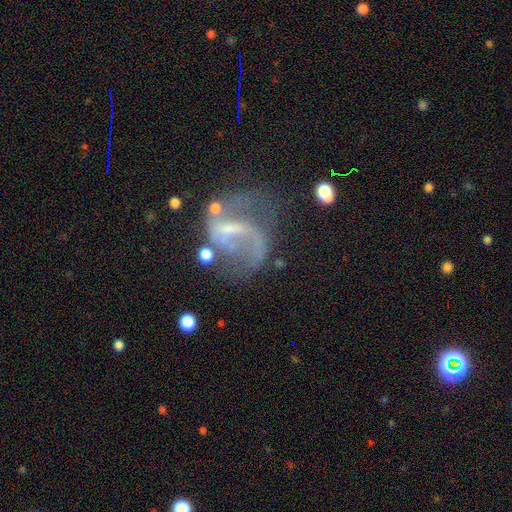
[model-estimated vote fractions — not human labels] smooth-or-featured: featured or disk: 73% | smooth: 15% | star or artifact: 12%
  disk-edge-on: no: 97% | yes: 3%
    bar: weak: 43% | no: 35% | strong: 22%
    has-spiral-arms: yes: 71% | no: 29%
      spiral-winding: loose: 63% | medium: 28% | tight: 9%
      spiral-arm-count: 1: 43% (tied) | 2: 43% (tied) | can't tell: 10% | 3: 2% | 4: 1% | more than 4: 1%
    bulge-size: none: 42% | small: 40% | moderate: 14% | large: 2% | dominant: 1%
  merging: major disturbance: 42% | none: 32% | minor disturbance: 17% | merger: 9%